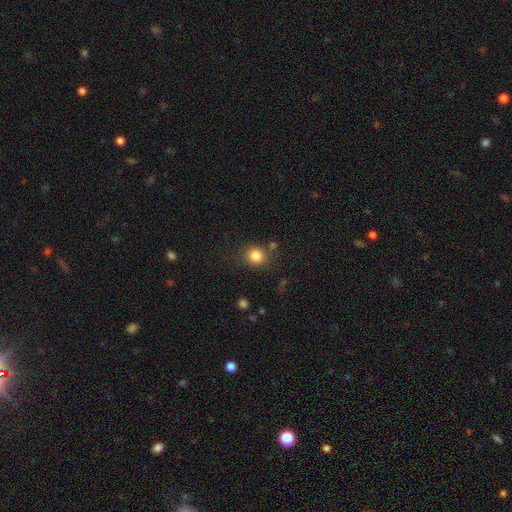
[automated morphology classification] smooth-or-featured: smooth: 83% | star or artifact: 11% | featured or disk: 6%
  how-rounded: round: 83% | in between: 16% | cigar-shaped: 1%
  merging: none: 79% | minor disturbance: 11% | merger: 6% | major disturbance: 4%